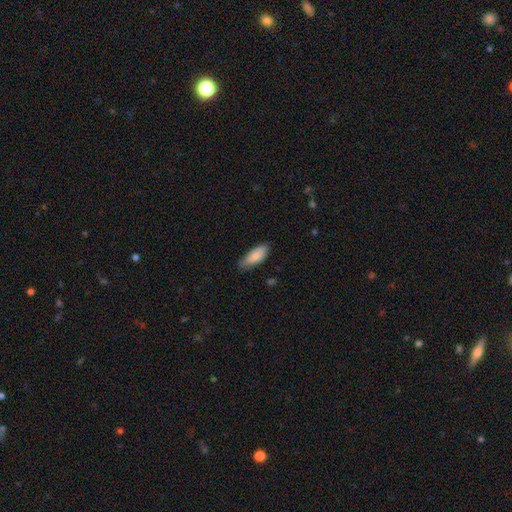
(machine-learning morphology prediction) smooth 84%, featured or disk 10%, star or artifact 6%. Down the decision tree: how rounded — in between (79%); merging — none (70%).